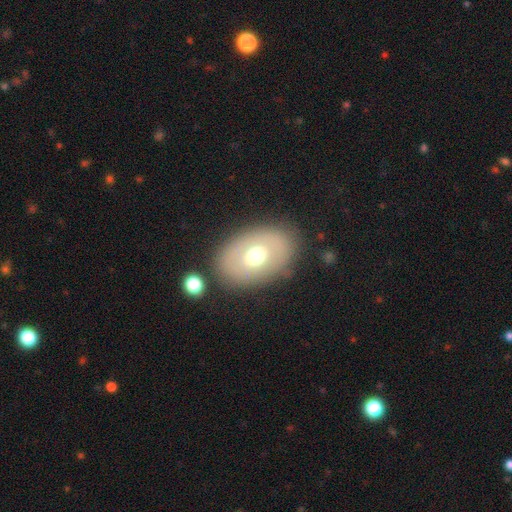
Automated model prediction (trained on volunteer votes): smooth 58%, featured or disk 34%, star or artifact 8%. Down the decision tree: how rounded — in between (82%); merging — none (80%).